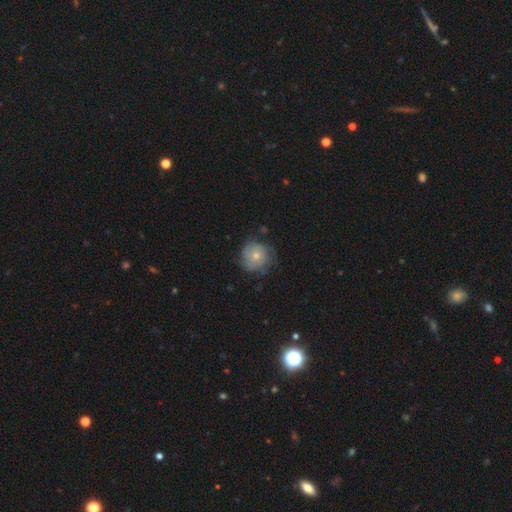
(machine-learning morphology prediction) A smooth galaxy with no disk features (47%). Merging: none (64%).